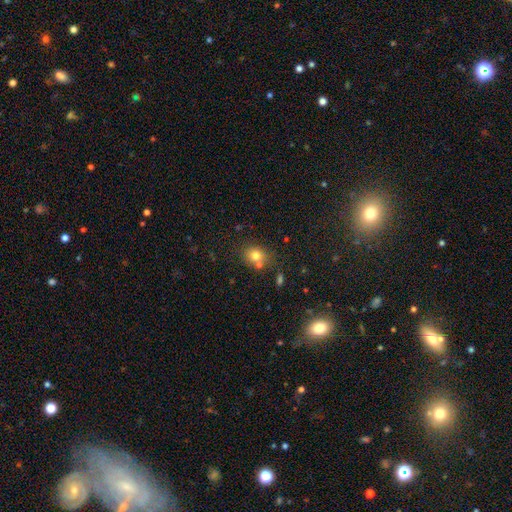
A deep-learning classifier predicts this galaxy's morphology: A smooth galaxy with no disk features (76%) that is round (64%).

Vote fractions:
- Smooth or featured? smooth: 76% / star or artifact: 13% / featured or disk: 11%
- How rounded? round: 64% / in between: 35% / cigar-shaped: 1%
- Merging? none: 65% / merger: 19% / minor disturbance: 12% / major disturbance: 4%